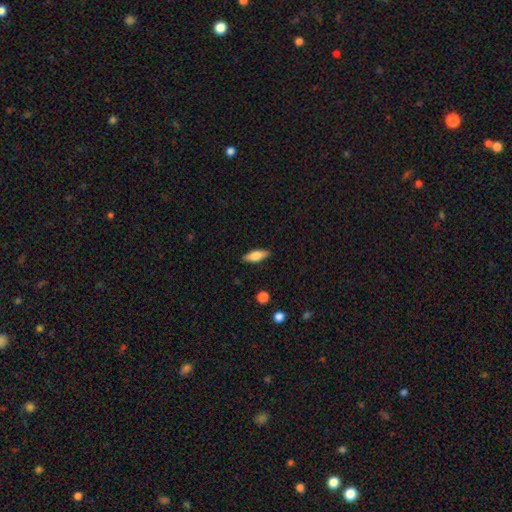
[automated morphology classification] smooth-or-featured: smooth: 66% | featured or disk: 27% | star or artifact: 7%
  how-rounded: in between: 65% | cigar-shaped: 32% | round: 3%
  merging: none: 87% | minor disturbance: 9% | major disturbance: 2% | merger: 1%